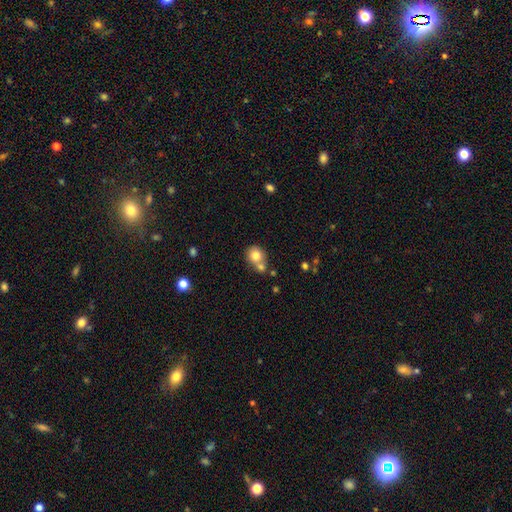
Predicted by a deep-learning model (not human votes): A smooth galaxy with no disk features (78%) that is round (82%). Merging: none (46%).